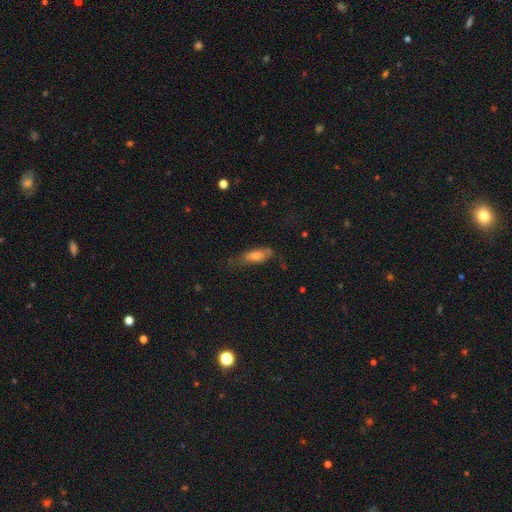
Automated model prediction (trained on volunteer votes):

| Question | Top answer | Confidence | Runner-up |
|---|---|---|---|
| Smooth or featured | smooth | 62% | featured or disk (29%) |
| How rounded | in between | 57% | cigar-shaped (41%) |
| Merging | none | 58% | minor disturbance (27%) |